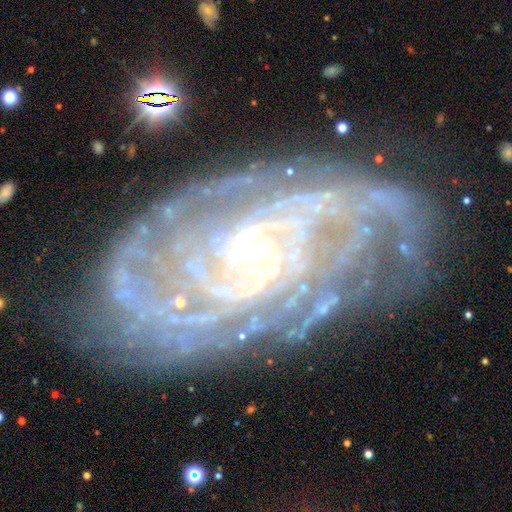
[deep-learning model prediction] Smooth or featured? Predicted: featured or disk (p=0.90). Edge-on disk? Predicted: no (p=0.96). Bar? Predicted: weak (p=0.41). Spiral arms? Predicted: yes (p=0.97). Spiral winding? Predicted: tight (p=0.60). Spiral arm count? Predicted: 2 (p=0.28). Bulge size? Predicted: small (p=0.66). Merging? Predicted: none (p=0.69).